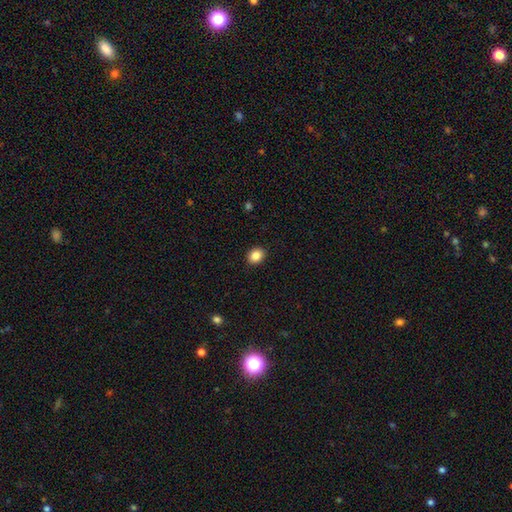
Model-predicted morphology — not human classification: Smooth or featured? Predicted: smooth (p=0.86). How rounded? Predicted: round (p=0.53). Merging? Predicted: none (p=0.91).